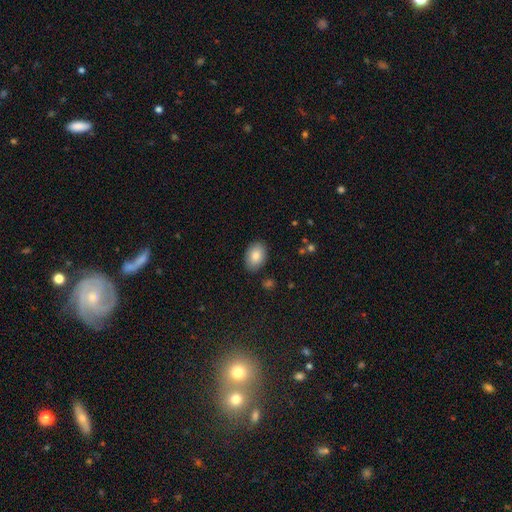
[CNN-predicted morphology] Smooth or featured?
  - smooth: 84% *
  - featured or disk: 9%
  - star or artifact: 7%
How rounded?
  - in between: 85% *
  - round: 14%
  - cigar-shaped: 1%
Merging?
  - none: 87% *
  - minor disturbance: 10%
  - major disturbance: 2%
  - merger: 2%